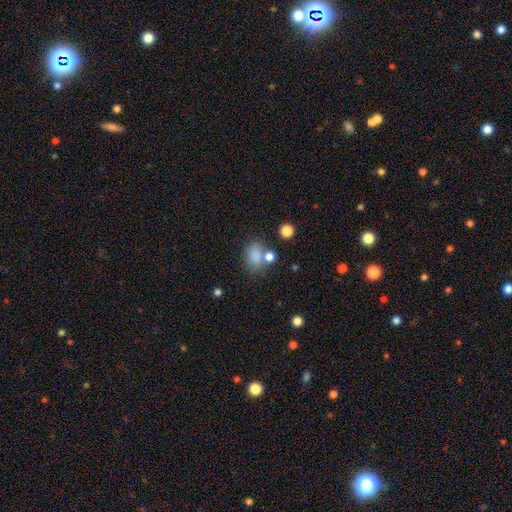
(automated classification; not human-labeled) smooth-or-featured: smooth: 81% | star or artifact: 12% | featured or disk: 7%
  how-rounded: in between: 72% | round: 27% | cigar-shaped: 1%
  merging: none: 59% | merger: 19% | minor disturbance: 16% | major disturbance: 7%